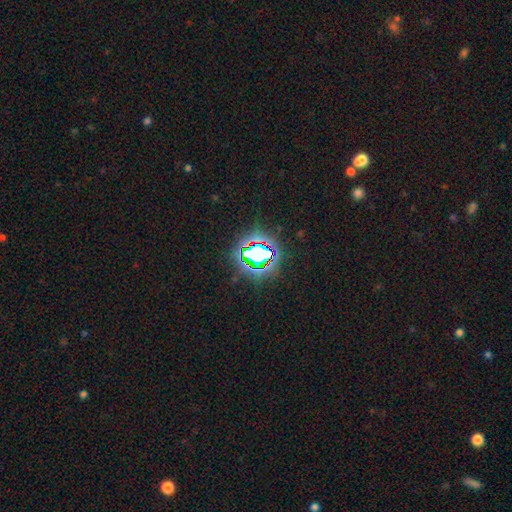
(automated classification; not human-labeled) Smooth or featured?
  - star or artifact: 69% *
  - smooth: 19%
  - featured or disk: 12%